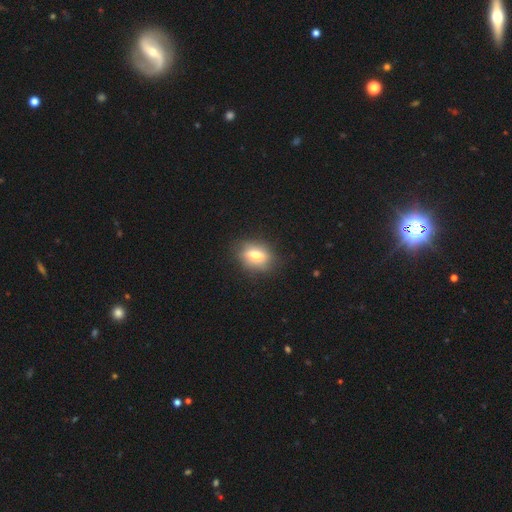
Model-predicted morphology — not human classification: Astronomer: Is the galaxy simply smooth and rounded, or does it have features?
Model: smooth — 65%.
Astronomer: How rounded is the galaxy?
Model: in between — 65%.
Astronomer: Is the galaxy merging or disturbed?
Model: none — 79%.